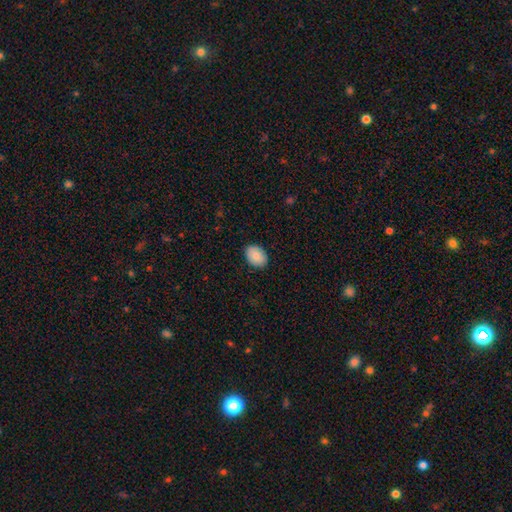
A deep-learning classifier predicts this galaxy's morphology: Smooth or featured?
  - smooth: 88% *
  - star or artifact: 7%
  - featured or disk: 5%
How rounded?
  - in between: 73% *
  - round: 26%
  - cigar-shaped: 1%
Merging?
  - none: 88% *
  - minor disturbance: 9%
  - major disturbance: 2%
  - merger: 1%